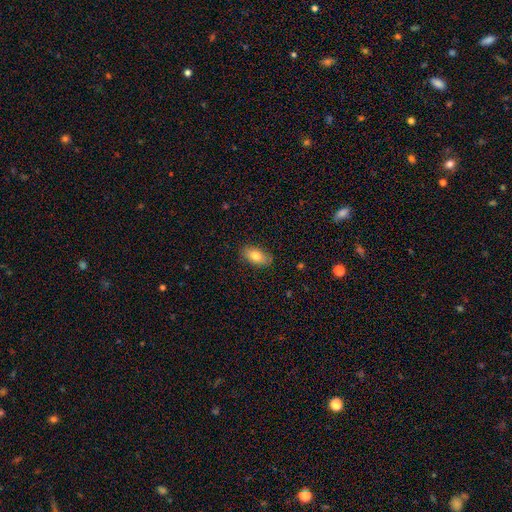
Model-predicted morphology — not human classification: This appears to be a smooth galaxy with no disk features (78%) that is in between round and cigar-shaped (91%). Merging: none (84%).